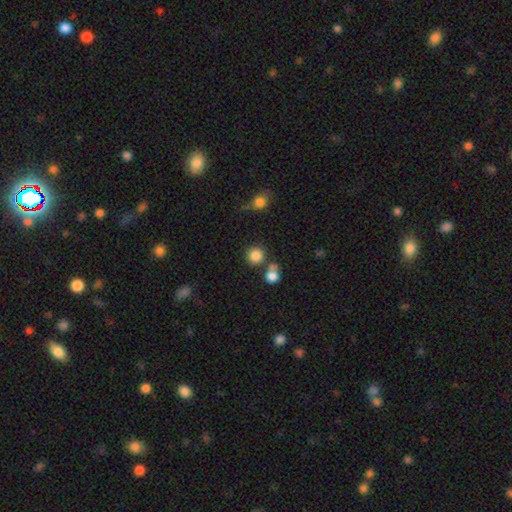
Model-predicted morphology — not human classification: This appears to be a smooth galaxy with no disk features (83%) that is round (91%). Merging: none (69%).